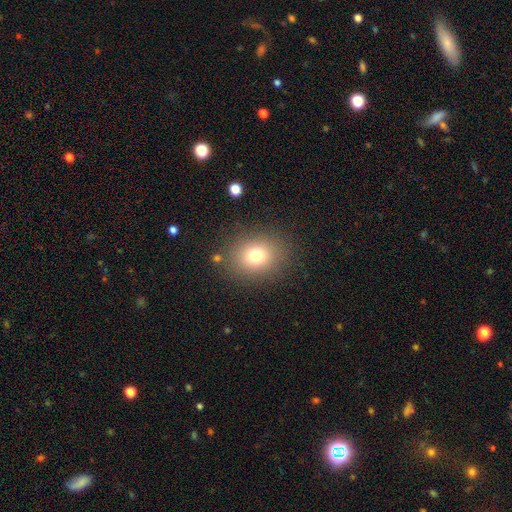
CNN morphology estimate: Smooth or featured? Predicted: smooth (p=0.75). How rounded? Predicted: round (p=0.59). Merging? Predicted: none (p=0.84).